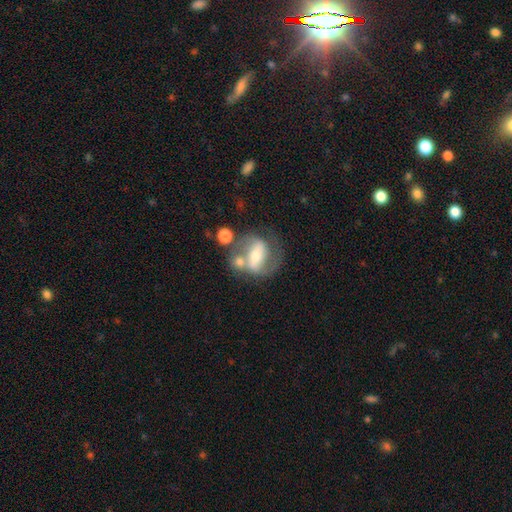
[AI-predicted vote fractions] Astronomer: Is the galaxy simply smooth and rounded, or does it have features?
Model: featured or disk — 69%.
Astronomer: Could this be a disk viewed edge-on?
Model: no — 95%.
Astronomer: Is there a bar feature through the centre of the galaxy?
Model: strong — 54%.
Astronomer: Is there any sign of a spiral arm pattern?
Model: yes — 76%.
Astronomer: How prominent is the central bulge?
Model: moderate — 55% (runner-up: small, 33%).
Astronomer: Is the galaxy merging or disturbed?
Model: none — 42% (runner-up: merger, 29%).